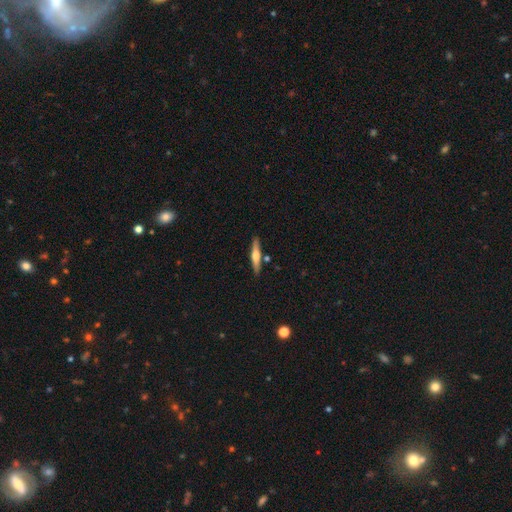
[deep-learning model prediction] featured or disk 54%, smooth 41%, star or artifact 5%. Down the decision tree: edge-on disk — yes (96%); edge-on bulge — rounded (87%); merging — none (86%).